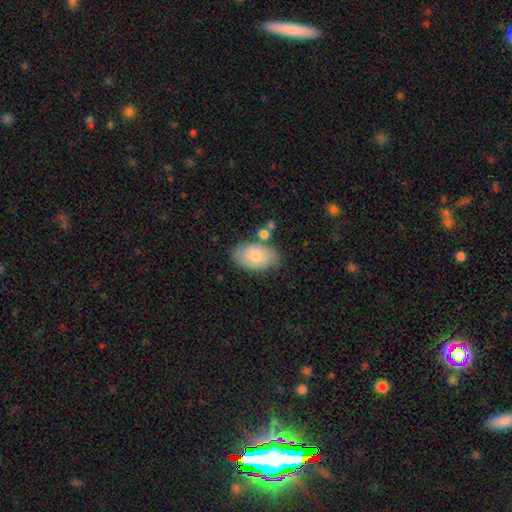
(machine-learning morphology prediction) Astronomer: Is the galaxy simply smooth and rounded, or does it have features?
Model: smooth — 65%.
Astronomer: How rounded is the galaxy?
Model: in between — 91%.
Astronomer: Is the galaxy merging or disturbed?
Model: none — 70%.